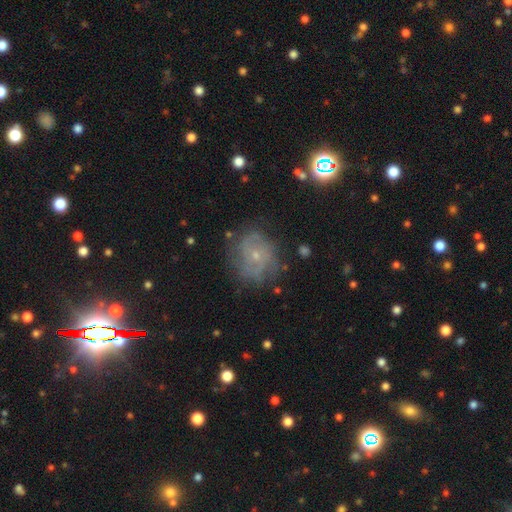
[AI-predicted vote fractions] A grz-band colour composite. It shows a featured or disk galaxy (59%) with no bar (78%), spiral arms (77%) and a small central bulge (77%). Merging: none (70%).